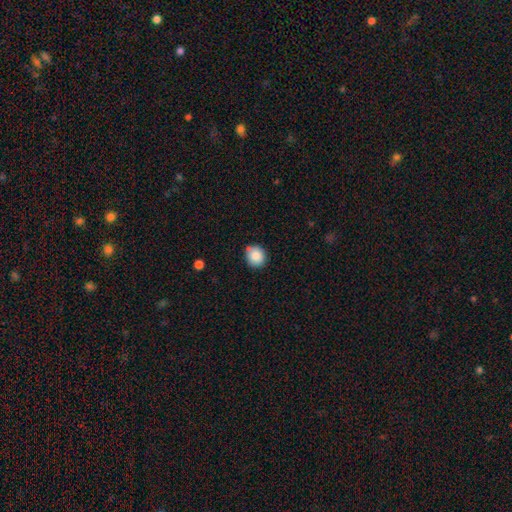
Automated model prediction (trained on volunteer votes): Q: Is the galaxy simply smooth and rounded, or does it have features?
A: smooth — 87%.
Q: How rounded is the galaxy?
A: round — 77%.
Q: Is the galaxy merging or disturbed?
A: none — 77%.